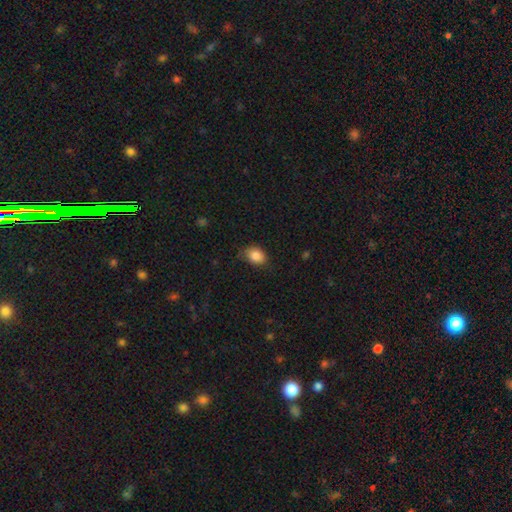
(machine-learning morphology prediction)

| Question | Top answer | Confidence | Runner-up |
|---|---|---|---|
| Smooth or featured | smooth | 84% | star or artifact (9%) |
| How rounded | in between | 63% | round (36%) |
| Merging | none | 75% | minor disturbance (21%) |